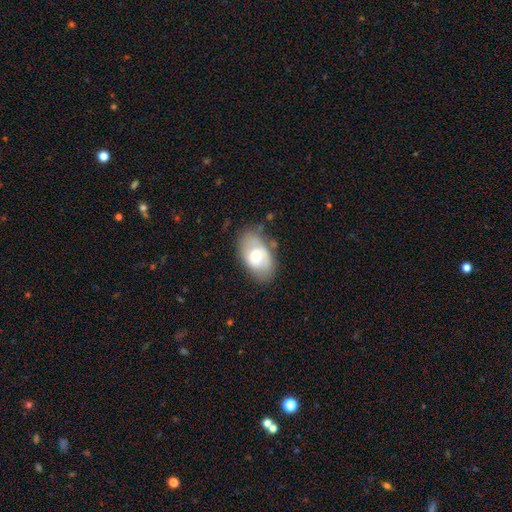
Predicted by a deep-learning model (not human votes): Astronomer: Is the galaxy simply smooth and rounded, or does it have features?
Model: smooth — 59%.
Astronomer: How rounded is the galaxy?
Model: in between — 90%.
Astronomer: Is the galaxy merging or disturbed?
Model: none — 68%.